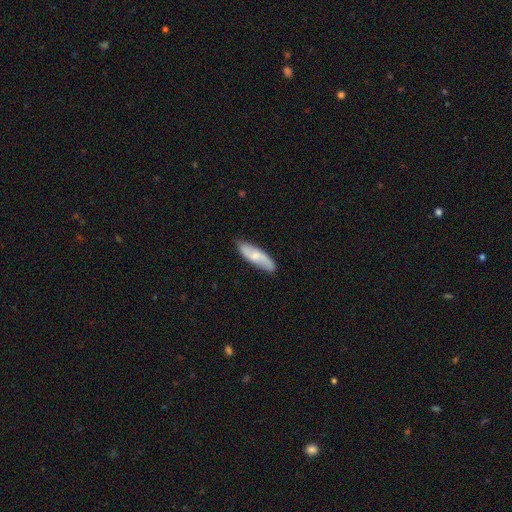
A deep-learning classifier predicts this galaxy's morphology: The model was most divided on "smooth or featured": smooth: 50%, featured or disk: 45%, star or artifact: 6%. More confident: merging — none (79%).